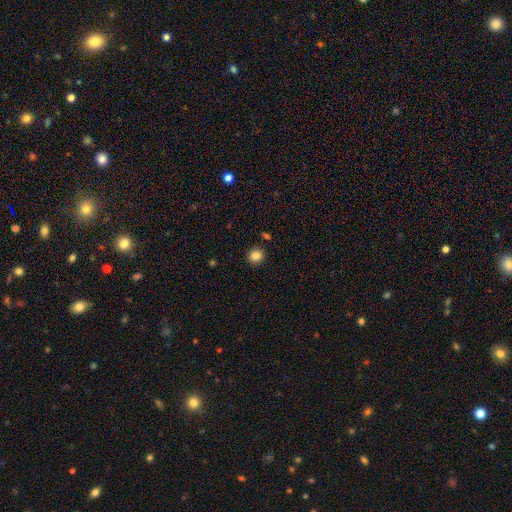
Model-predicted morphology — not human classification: smooth-or-featured: smooth: 85% | star or artifact: 10% | featured or disk: 4%
  how-rounded: round: 86% | in between: 13% | cigar-shaped: 1%
  merging: none: 89% | minor disturbance: 6% | merger: 3% | major disturbance: 2%